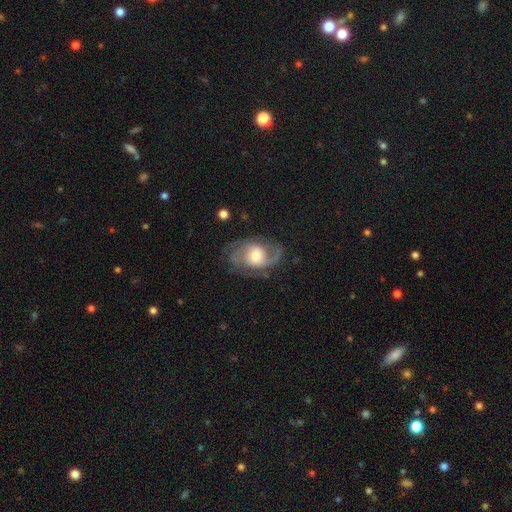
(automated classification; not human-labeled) The model was most divided on "spiral winding": medium: 49%, tight: 26%, loose: 25%. More confident: edge-on disk — no (97%); spiral arms — yes (94%); smooth or featured — featured or disk (83%); merging — none (68%); spiral arm count — 2 (65%); bar — no (60%); bulge size — moderate (60%).